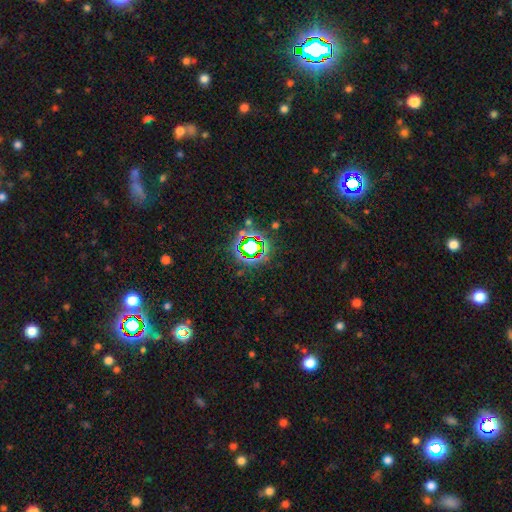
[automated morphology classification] A star or artifact, not a galaxy (71%).